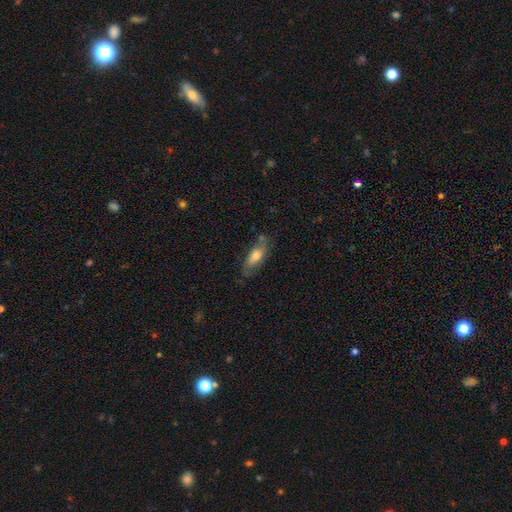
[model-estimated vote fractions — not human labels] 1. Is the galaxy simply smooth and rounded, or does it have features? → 58% smooth, 35% featured or disk, 7% star or artifact.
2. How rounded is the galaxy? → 74% in between, 23% cigar-shaped, 3% round.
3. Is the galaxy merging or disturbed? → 63% none, 25% minor disturbance, 8% major disturbance, 4% merger.